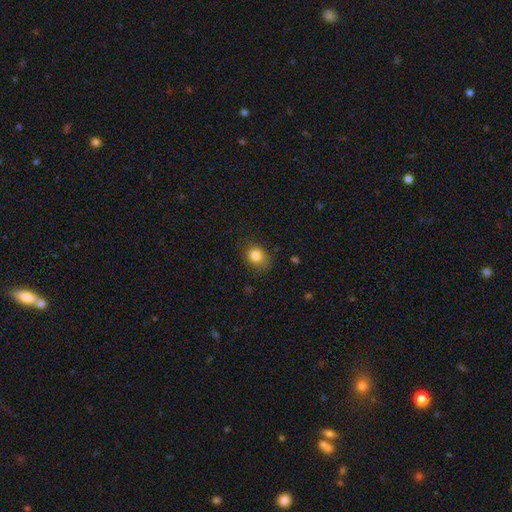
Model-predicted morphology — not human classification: A smooth galaxy with no disk features (84%) that is round (63%). Merging: none (74%).